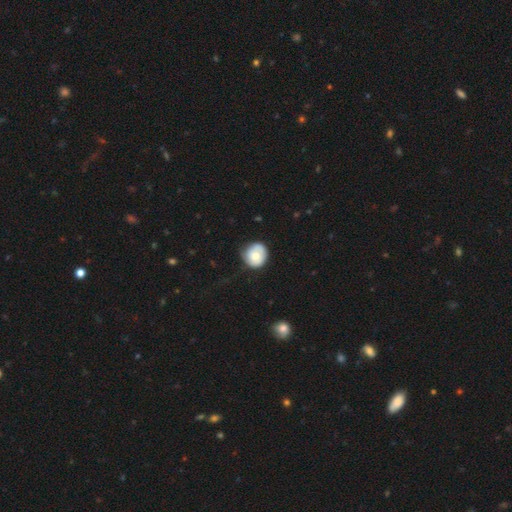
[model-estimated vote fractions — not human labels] The model was most divided on "merging": none: 65%, minor disturbance: 27%, major disturbance: 7%, merger: 2%. More confident: how rounded — round (81%); smooth or featured — smooth (69%).